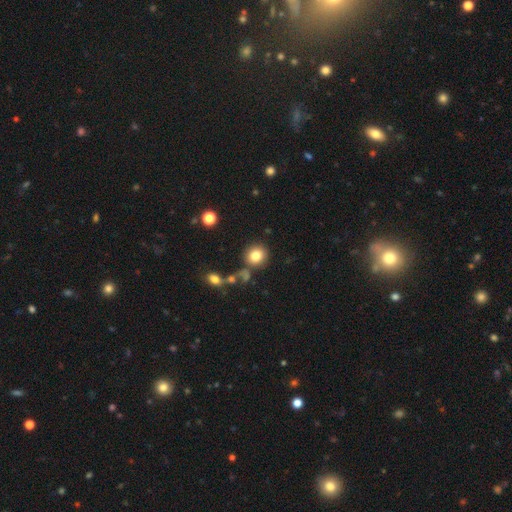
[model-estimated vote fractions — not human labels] Morphology: type=smooth (81%); roundness=round (87%); merging=none (77%).